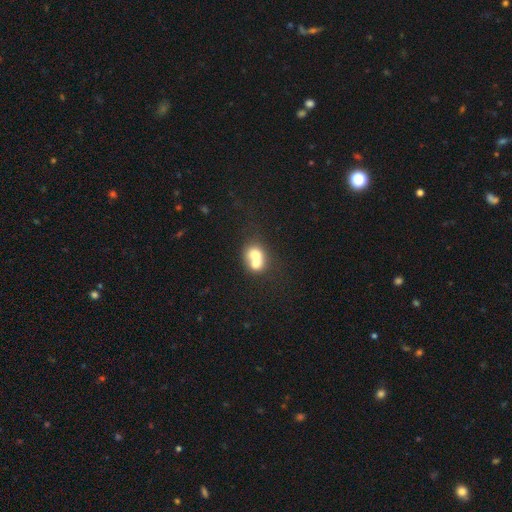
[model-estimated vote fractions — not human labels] Smooth or featured?
  - smooth: 65% *
  - featured or disk: 26%
  - star or artifact: 10%
How rounded?
  - round: 53% *
  - in between: 46%
  - cigar-shaped: 1%
Merging?
  - merger: 70% *
  - none: 19%
  - minor disturbance: 7%
  - major disturbance: 4%